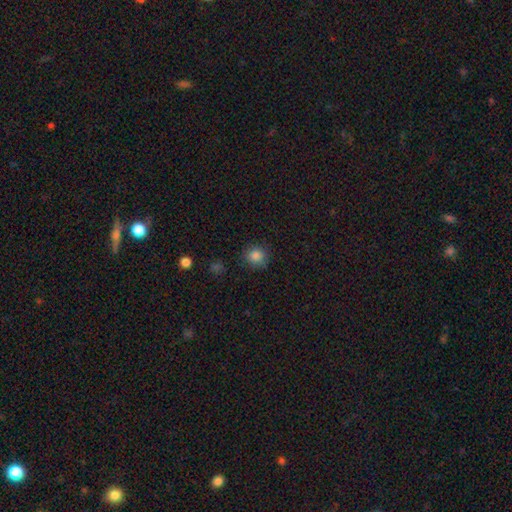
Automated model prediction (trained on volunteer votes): Smooth or featured: smooth — 84% (star or artifact — 11%)
How rounded: round — 87% (in between — 12%)
Merging: none — 86% (minor disturbance — 10%)